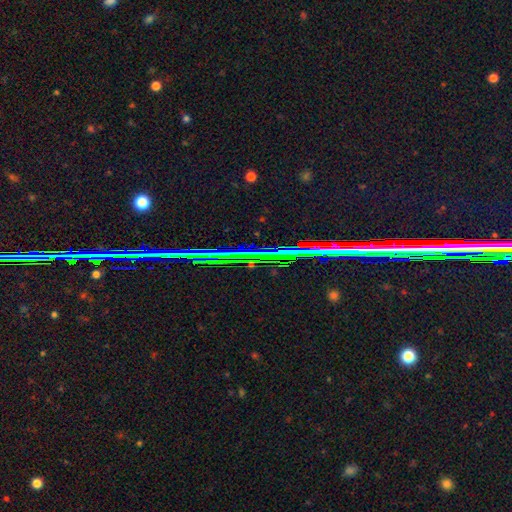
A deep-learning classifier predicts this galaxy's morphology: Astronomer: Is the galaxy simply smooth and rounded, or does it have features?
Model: star or artifact — 83%.